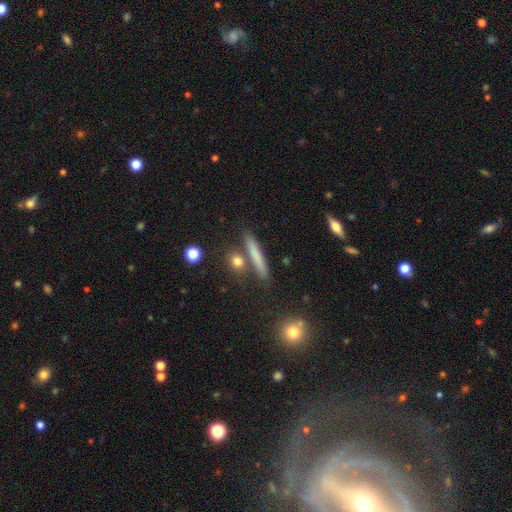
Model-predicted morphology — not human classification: Smooth or featured: smooth — 69% (featured or disk — 23%)
How rounded: cigar-shaped — 86% (round — 7%)
Merging: none — 81% (minor disturbance — 9%)